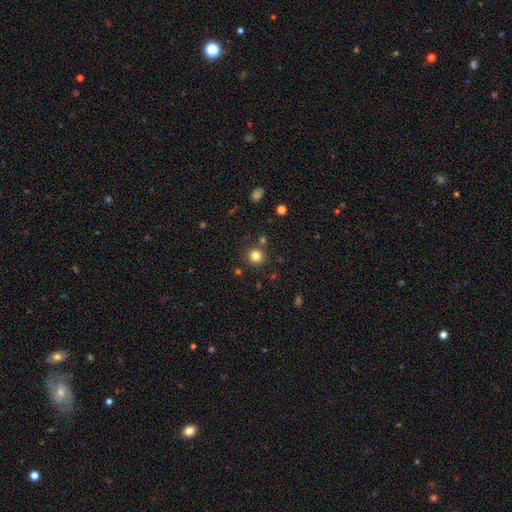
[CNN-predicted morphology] A smooth galaxy with no disk features (81%) that is round (91%). Merging: none (84%).